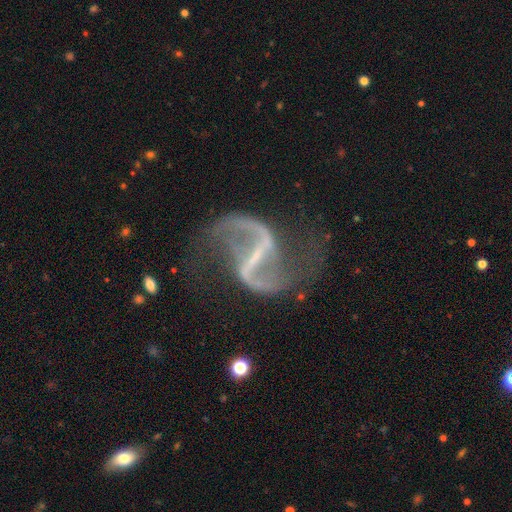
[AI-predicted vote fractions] smooth_or_featured: featured or disk (p=0.93) [alt: star or artifact p=0.05]
disk_edge_on: no (p=0.98) [alt: yes p=0.02]
bar: strong (p=0.70) [alt: weak p=0.23]
has_spiral_arms: yes (p=0.96) [alt: no p=0.04]
spiral_winding: loose (p=0.70) [alt: medium p=0.25]
spiral_arm_count: 2 (p=0.94) [alt: 1 p=0.01]
bulge_size: small (p=0.51) [alt: none p=0.41]
merging: none (p=0.69) [alt: minor disturbance p=0.14]